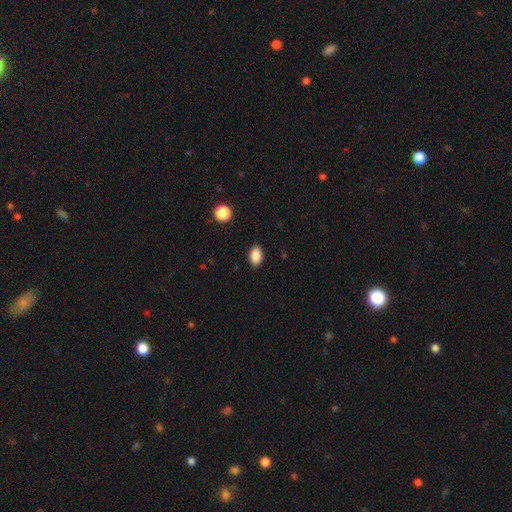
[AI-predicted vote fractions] The model was most divided on "how rounded": in between: 89%, round: 10%, cigar-shaped: 1%. More confident: merging — none (89%); smooth or featured — smooth (88%).